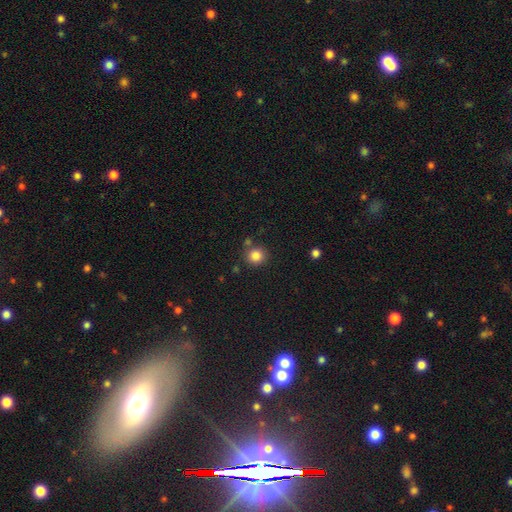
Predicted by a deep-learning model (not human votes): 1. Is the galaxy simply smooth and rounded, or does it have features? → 84% smooth, 11% star or artifact, 5% featured or disk.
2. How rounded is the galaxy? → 90% round, 9% in between, 1% cigar-shaped.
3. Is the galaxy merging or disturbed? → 79% none, 9% minor disturbance, 8% merger, 3% major disturbance.